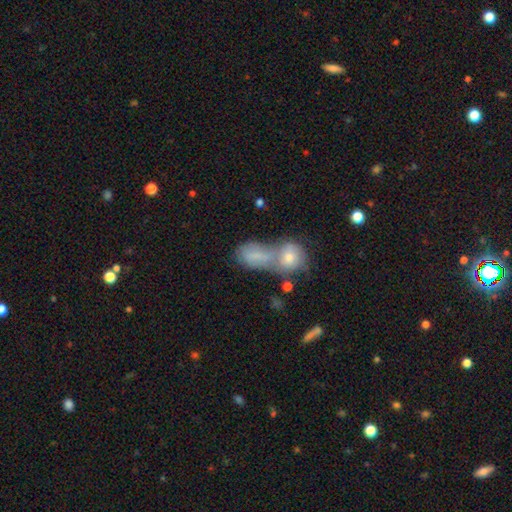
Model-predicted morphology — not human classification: A smooth galaxy with no disk features (71%) that is in between round and cigar-shaped (77%).

Vote fractions:
- Smooth or featured? smooth: 71% / featured or disk: 19% / star or artifact: 10%
- How rounded? in between: 77% / round: 17% / cigar-shaped: 5%
- Merging? merger: 68% / none: 17% / minor disturbance: 9% / major disturbance: 7%